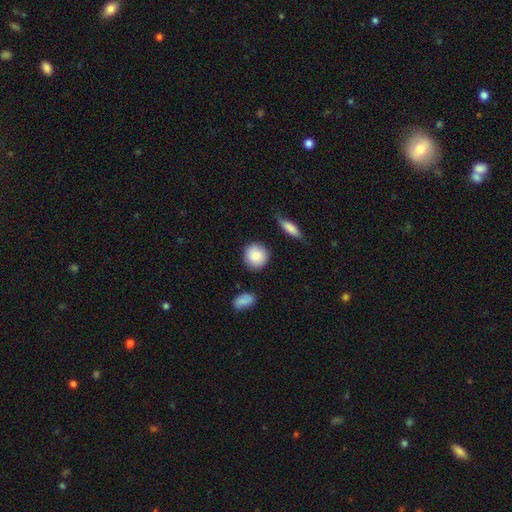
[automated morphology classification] The model was most divided on "merging": none: 84%, minor disturbance: 11%, merger: 3%, major disturbance: 3%. More confident: how rounded — round (88%); smooth or featured — smooth (87%).